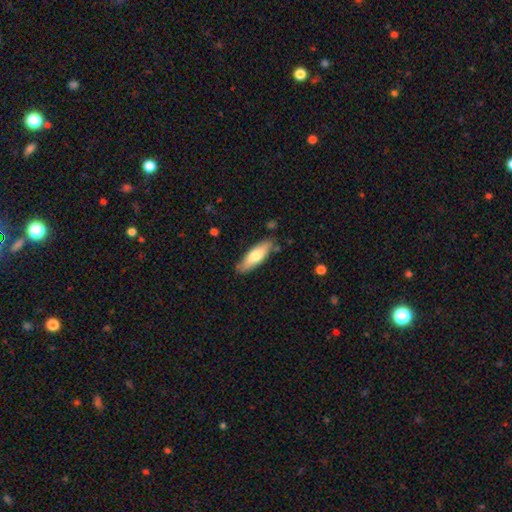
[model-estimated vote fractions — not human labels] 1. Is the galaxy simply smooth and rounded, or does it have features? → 69% smooth, 26% featured or disk, 5% star or artifact.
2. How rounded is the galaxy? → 51% cigar-shaped, 48% in between, 2% round.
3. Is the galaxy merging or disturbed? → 83% none, 13% minor disturbance, 2% major disturbance, 2% merger.